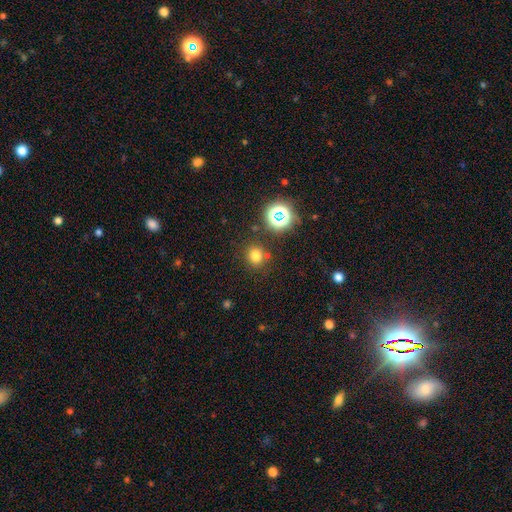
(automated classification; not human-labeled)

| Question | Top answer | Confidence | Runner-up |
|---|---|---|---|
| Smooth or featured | smooth | 72% | star or artifact (22%) |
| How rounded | round | 86% | in between (14%) |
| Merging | none | 80% | minor disturbance (9%) |